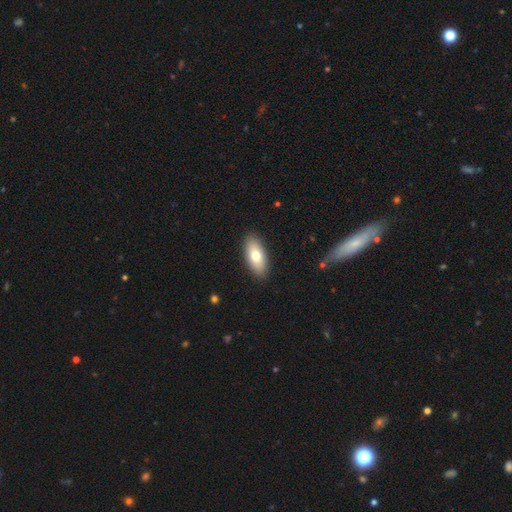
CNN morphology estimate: Smooth or featured: smooth — 76% (featured or disk — 18%)
How rounded: in between — 87% (cigar-shaped — 11%)
Merging: none — 89% (minor disturbance — 8%)